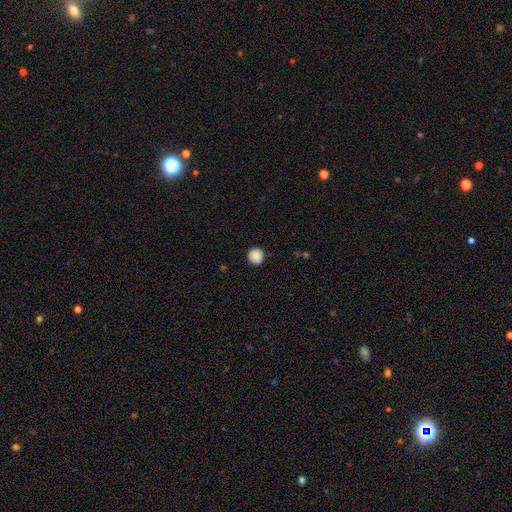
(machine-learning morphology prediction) Smooth or featured? smooth (87%)
How rounded? round (93%)
Merging? none (89%)